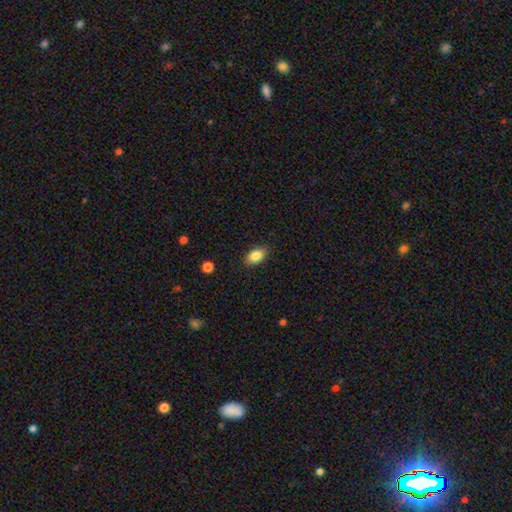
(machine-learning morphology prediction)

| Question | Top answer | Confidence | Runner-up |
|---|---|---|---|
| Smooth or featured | smooth | 85% | star or artifact (8%) |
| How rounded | in between | 91% | round (6%) |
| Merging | none | 87% | minor disturbance (10%) |